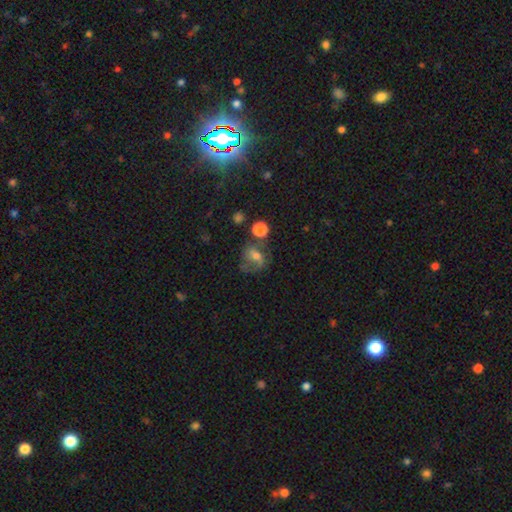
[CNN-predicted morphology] The model was most divided on "smooth or featured" (2-way tie): smooth: 42%, featured or disk: 42%, star or artifact: 15%. Remaining: merging — none (49%).